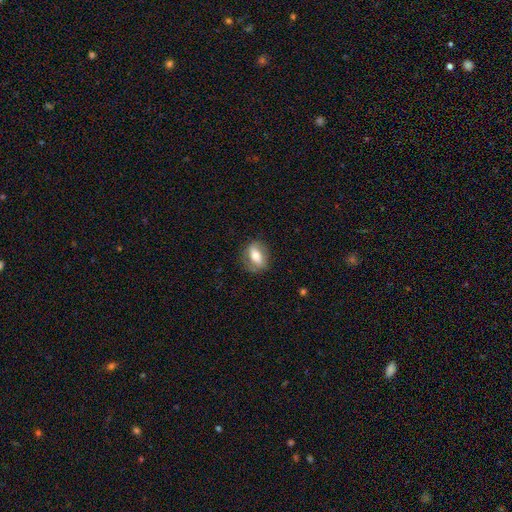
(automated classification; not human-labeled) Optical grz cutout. It shows a smooth galaxy with no disk features (54%) that is in between round and cigar-shaped (69%). Merging: none (79%).